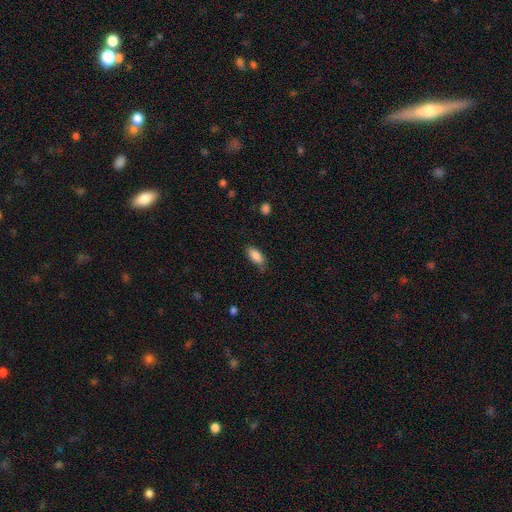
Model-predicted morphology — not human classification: The model was most divided on "merging": none: 69%, minor disturbance: 24%, major disturbance: 5%, merger: 2%. More confident: how rounded — in between (89%); smooth or featured — smooth (87%).